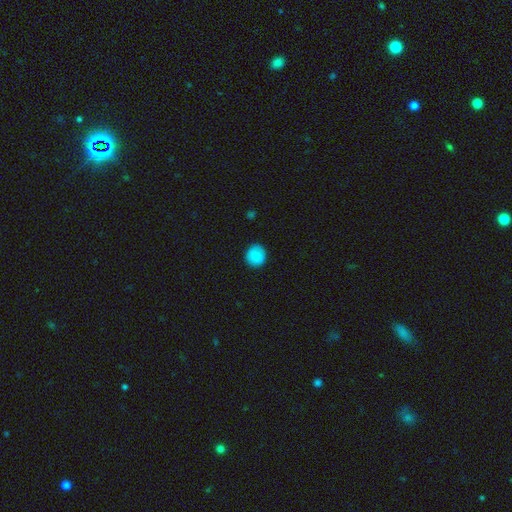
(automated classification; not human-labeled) Overall: smooth (88%). How rounded: round (87%). Merging: none (89%).